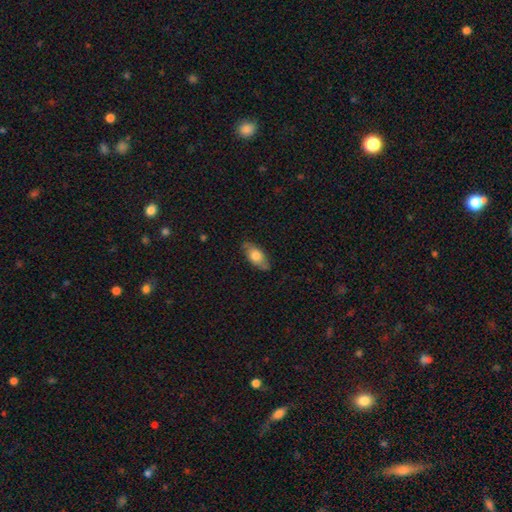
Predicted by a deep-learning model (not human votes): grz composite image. It shows a smooth galaxy with no disk features (64%) that is in between round and cigar-shaped (83%). Merging: none (81%).